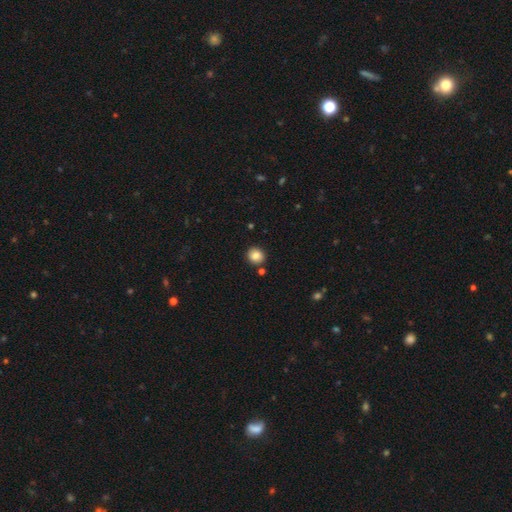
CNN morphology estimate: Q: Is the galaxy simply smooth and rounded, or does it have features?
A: smooth — 85%.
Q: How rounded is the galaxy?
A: round — 83%.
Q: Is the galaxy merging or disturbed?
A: none — 86%.